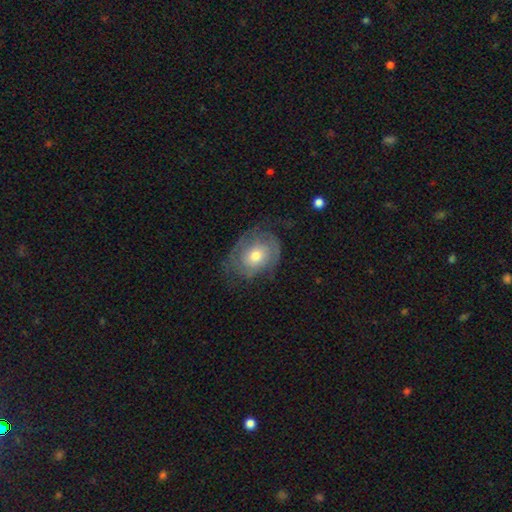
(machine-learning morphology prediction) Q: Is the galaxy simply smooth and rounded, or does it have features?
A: featured or disk — 61%.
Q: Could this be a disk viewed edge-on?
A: no — 96%.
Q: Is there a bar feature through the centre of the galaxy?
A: no — 79%.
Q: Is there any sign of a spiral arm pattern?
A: yes — 78%.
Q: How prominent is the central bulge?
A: moderate — 68%.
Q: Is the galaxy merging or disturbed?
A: none — 60%.